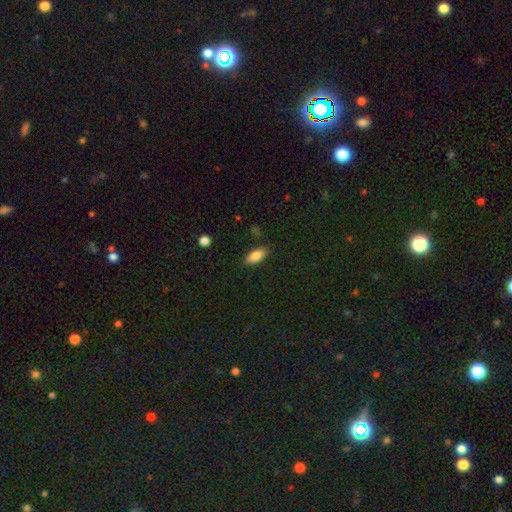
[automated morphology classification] Smooth or featured: smooth — 87% (star or artifact — 7%)
How rounded: in between — 86% (cigar-shaped — 11%)
Merging: none — 86% (minor disturbance — 10%)